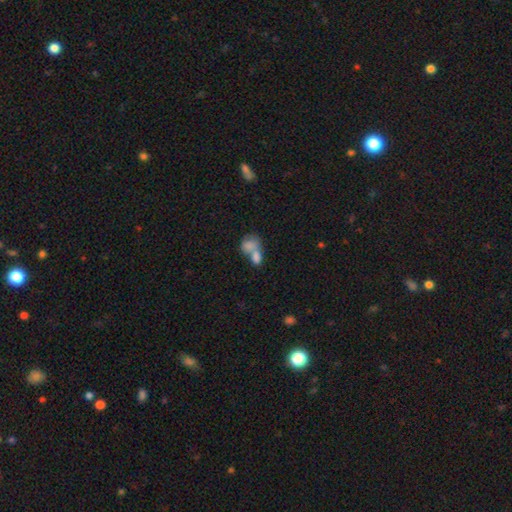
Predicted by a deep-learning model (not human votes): Smooth or featured?
  - smooth: 78% *
  - featured or disk: 14%
  - star or artifact: 8%
How rounded?
  - in between: 70% *
  - round: 28%
  - cigar-shaped: 2%
Merging?
  - merger: 70% *
  - none: 18%
  - minor disturbance: 7%
  - major disturbance: 5%